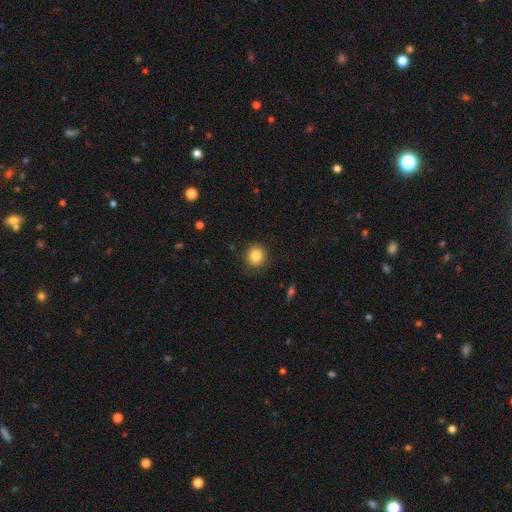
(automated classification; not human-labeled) The model was most divided on "smooth or featured": smooth: 84%, star or artifact: 10%, featured or disk: 6%. More confident: how rounded — round (89%); merging — none (88%).